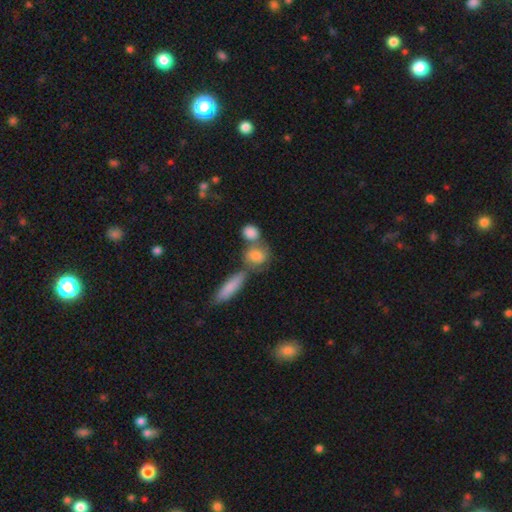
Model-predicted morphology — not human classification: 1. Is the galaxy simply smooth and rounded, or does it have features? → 77% smooth, 15% featured or disk, 8% star or artifact.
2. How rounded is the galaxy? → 50% round, 41% in between, 9% cigar-shaped.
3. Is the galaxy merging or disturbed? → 44% none, 37% merger, 13% minor disturbance, 7% major disturbance.